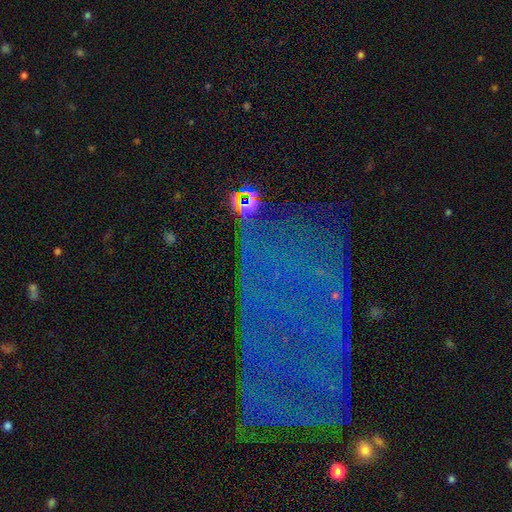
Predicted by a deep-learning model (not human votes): A star or artifact, not a galaxy (66%).

Vote fractions:
- Smooth or featured? star or artifact: 66% / featured or disk: 20% / smooth: 15%